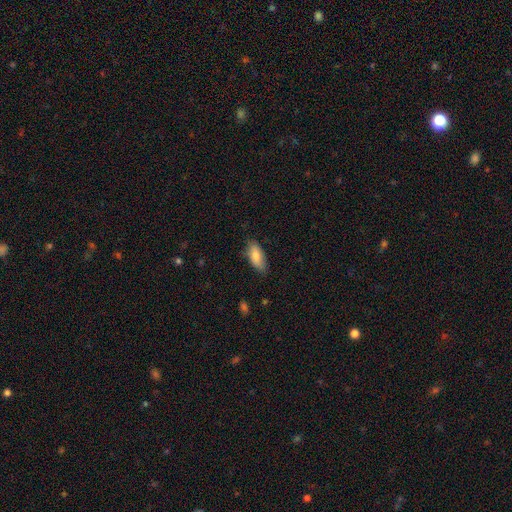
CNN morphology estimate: smooth-or-featured: smooth: 81% | featured or disk: 13% | star or artifact: 6%
  how-rounded: in between: 85% | cigar-shaped: 13% | round: 2%
  merging: none: 75% | minor disturbance: 20% | major disturbance: 3% | merger: 1%